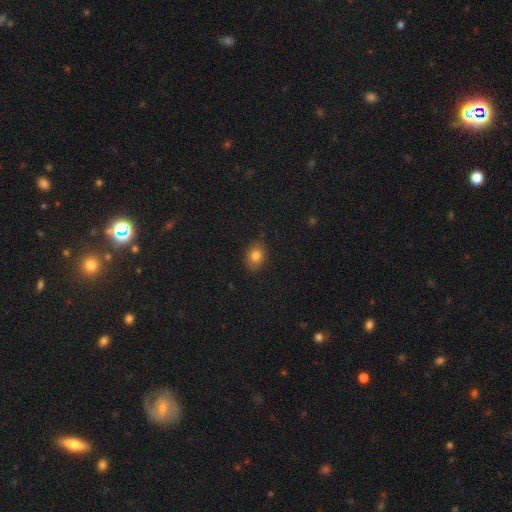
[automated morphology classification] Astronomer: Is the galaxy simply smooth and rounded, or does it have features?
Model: smooth — 80%.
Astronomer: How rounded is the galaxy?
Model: in between — 59% (runner-up: round, 40%).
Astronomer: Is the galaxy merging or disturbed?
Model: none — 84%.